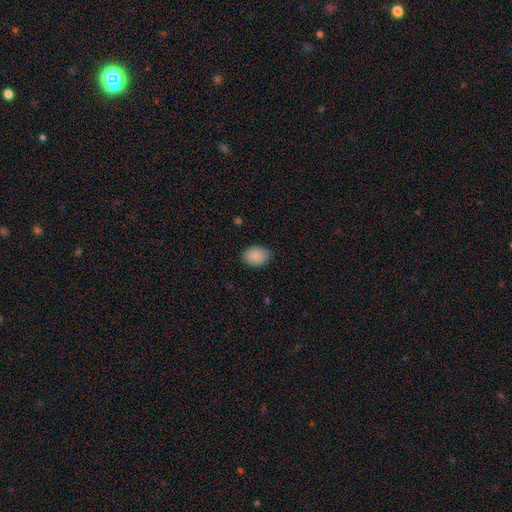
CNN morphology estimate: Q: Smooth or featured?
A: smooth (88%); runner-up: star or artifact (7%)
Q: How rounded?
A: in between (76%); runner-up: round (23%)
Q: Merging?
A: none (84%); runner-up: minor disturbance (13%)